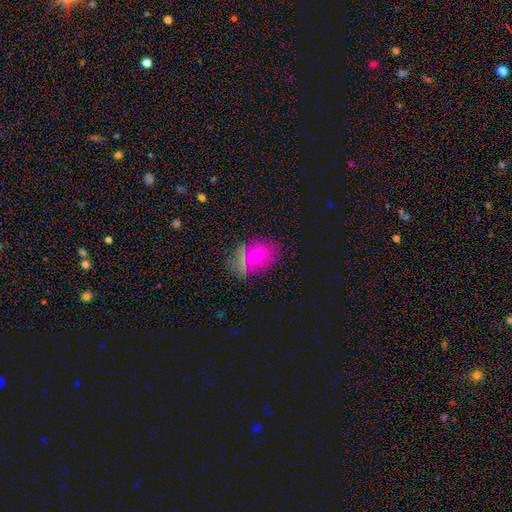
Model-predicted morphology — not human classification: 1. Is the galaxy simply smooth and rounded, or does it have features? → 63% smooth, 23% featured or disk, 14% star or artifact.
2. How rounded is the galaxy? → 69% in between, 29% round, 2% cigar-shaped.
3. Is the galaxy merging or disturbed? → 75% none, 15% minor disturbance, 5% major disturbance, 4% merger.